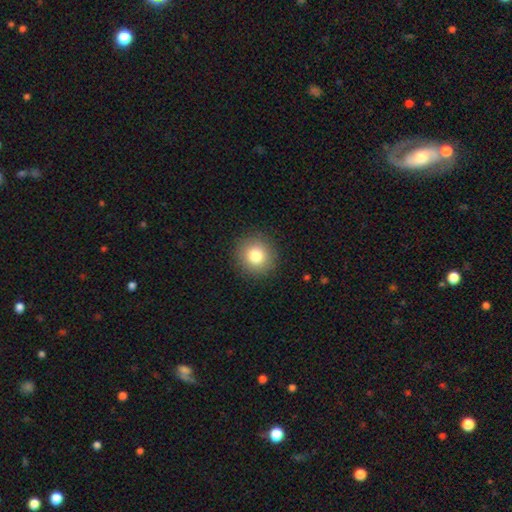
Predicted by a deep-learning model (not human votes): A smooth galaxy with no disk features (81%) that is round (92%).

Vote fractions:
- Smooth or featured? smooth: 81% / star or artifact: 11% / featured or disk: 8%
- How rounded? round: 92% / in between: 7% / cigar-shaped: 1%
- Merging? none: 91% / minor disturbance: 6% / major disturbance: 2% / merger: 1%